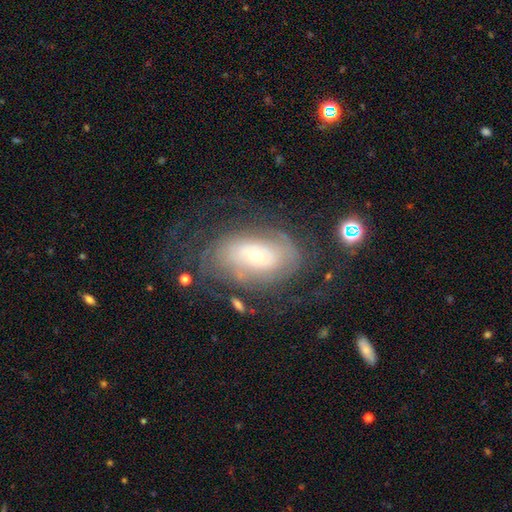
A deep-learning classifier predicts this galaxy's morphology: Overall: featured or disk (67%). Edge-on disk: no (93%). Bar: no (75%). Spiral arms: yes (73%). Bulge size: small (59%; moderate 35%). Merging: none (58%; minor disturbance 20%).